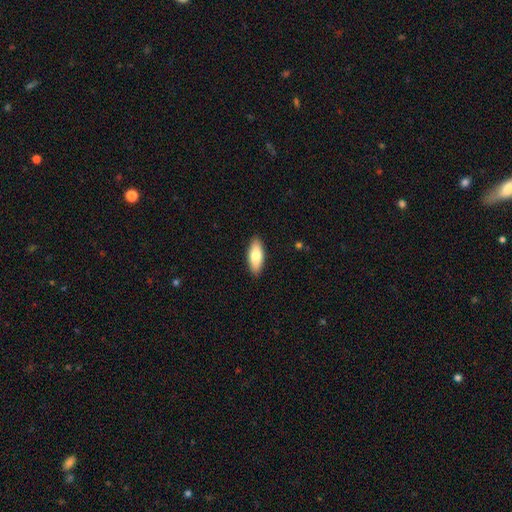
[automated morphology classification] The model was most divided on "how rounded": in between: 78%, cigar-shaped: 20%, round: 2%. More confident: merging — none (90%); smooth or featured — smooth (78%).